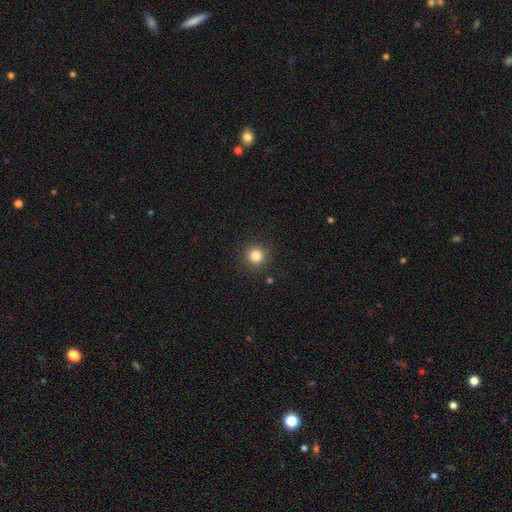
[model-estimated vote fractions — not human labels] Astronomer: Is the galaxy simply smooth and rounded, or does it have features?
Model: smooth — 83%.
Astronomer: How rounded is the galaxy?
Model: round — 94%.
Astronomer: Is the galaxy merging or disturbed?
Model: none — 90%.